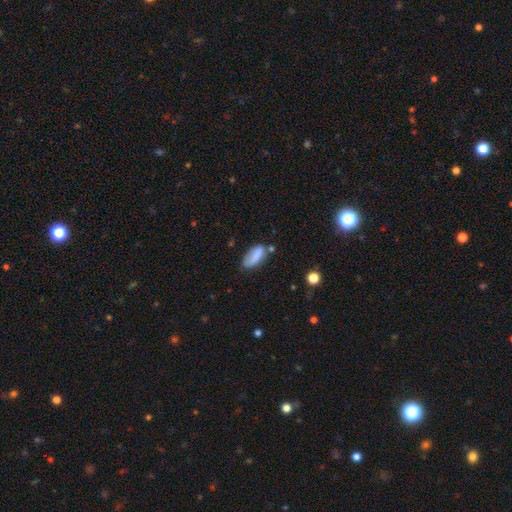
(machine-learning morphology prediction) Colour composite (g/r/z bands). It shows a smooth galaxy with no disk features (78%) that is in between round and cigar-shaped (80%). Merging: none (53%).